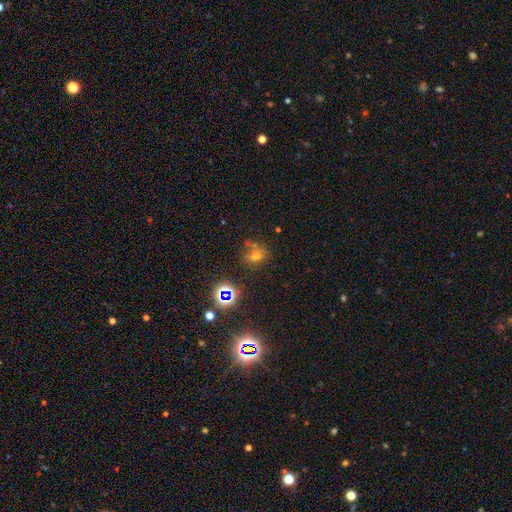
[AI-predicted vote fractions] smooth 47%, star or artifact 38%, featured or disk 15%. Down the decision tree: merging — none (60%).